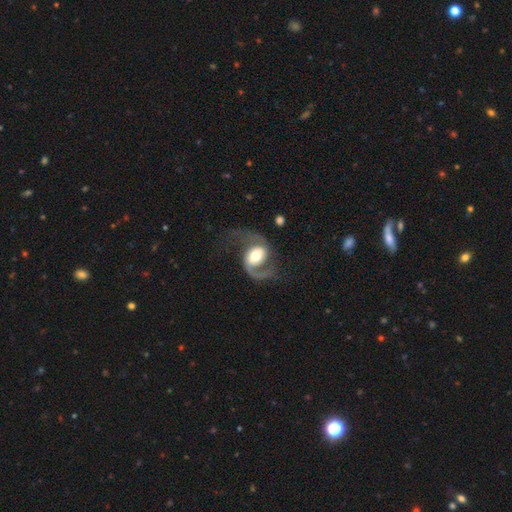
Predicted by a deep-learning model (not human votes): Smooth or featured? featured or disk (84%)
Edge-on disk? no (97%)
Bar? no (51%)
Spiral arms? yes (95%)
Spiral winding? loose (53%)
Spiral arm count? 2 (81%)
Bulge size? moderate (57%)
Merging? none (54%)